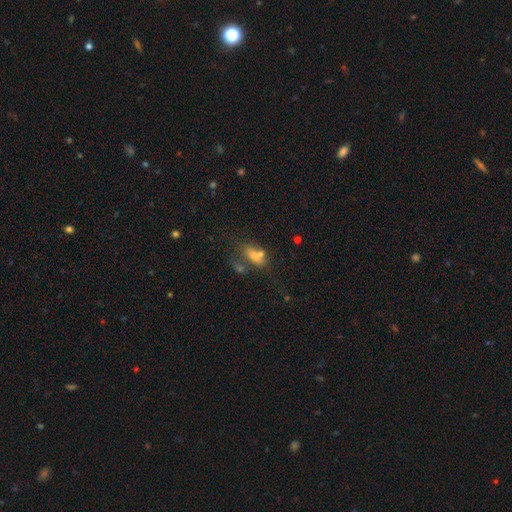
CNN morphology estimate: A smooth galaxy with no disk features (62%) that is in between round and cigar-shaped (77%). Merging: merger (36%).